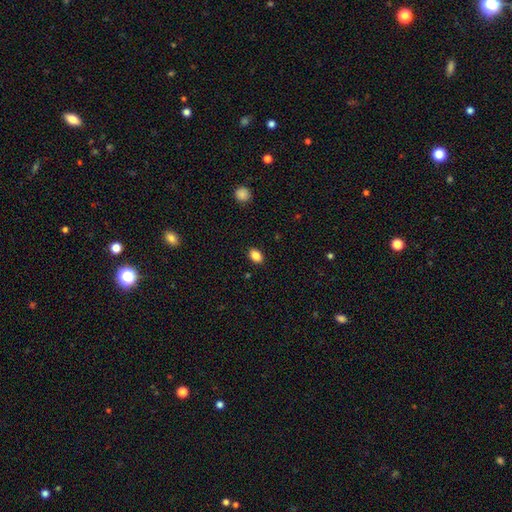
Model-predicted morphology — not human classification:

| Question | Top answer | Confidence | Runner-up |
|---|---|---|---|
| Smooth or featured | smooth | 86% | star or artifact (9%) |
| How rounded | in between | 82% | round (16%) |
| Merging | none | 88% | minor disturbance (9%) |